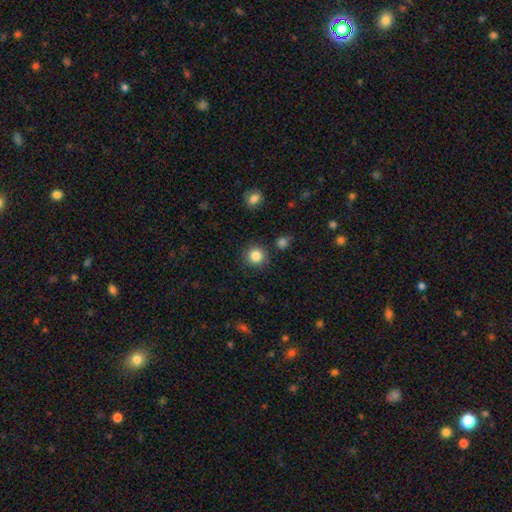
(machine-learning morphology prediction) Smooth or featured? smooth (86%)
How rounded? round (92%)
Merging? none (87%)